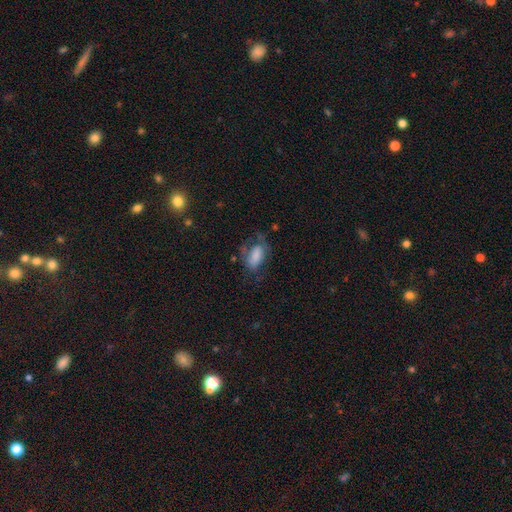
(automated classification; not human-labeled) Morphology: type=smooth (68%); roundness=in between (90%); merging=none (39%).